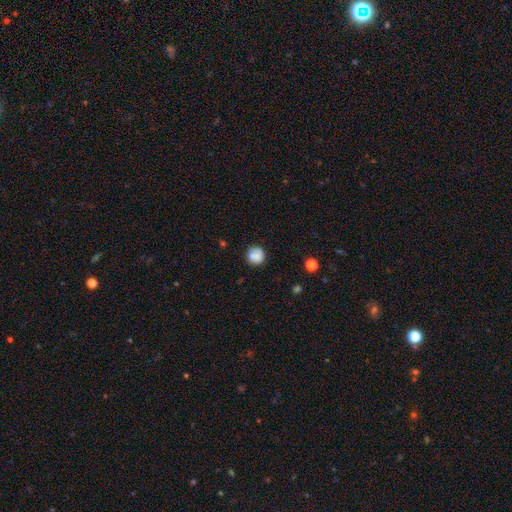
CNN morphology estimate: Smooth or featured? smooth (77%)
How rounded? round (89%)
Merging? none (75%)